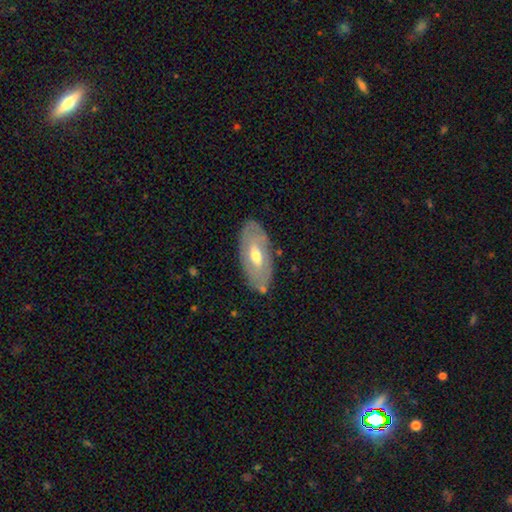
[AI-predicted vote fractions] smooth-or-featured: featured or disk: 67% | smooth: 27% | star or artifact: 6%
  disk-edge-on: no: 85% | yes: 15%
    bar: no: 52% | weak: 36% | strong: 12%
    has-spiral-arms: yes: 53% | no: 47%
    bulge-size: moderate: 72% | small: 21% | large: 6% | none: 1% | dominant: 1%
  merging: none: 83% | minor disturbance: 13% | major disturbance: 3% | merger: 2%